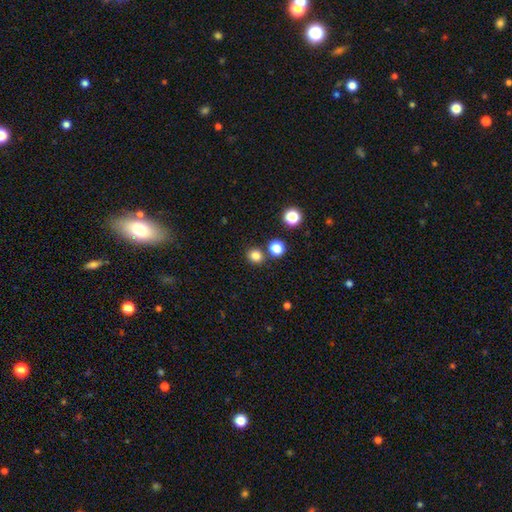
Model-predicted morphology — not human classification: Q: Smooth or featured?
A: smooth (81%); runner-up: star or artifact (15%)
Q: How rounded?
A: round (86%); runner-up: in between (13%)
Q: Merging?
A: none (81%); runner-up: merger (10%)